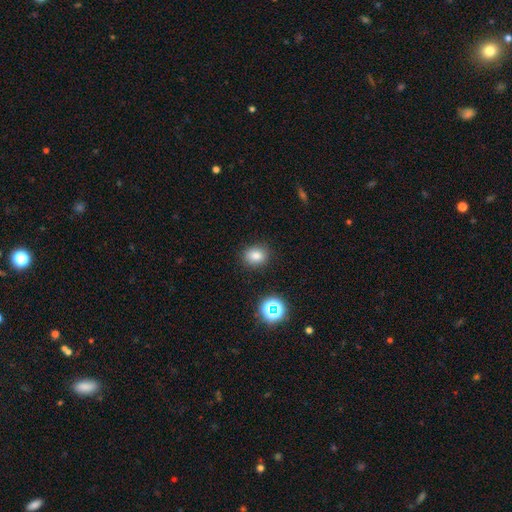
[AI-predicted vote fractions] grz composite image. It shows a smooth galaxy with no disk features (79%) that is round (61%). Merging: none (87%).